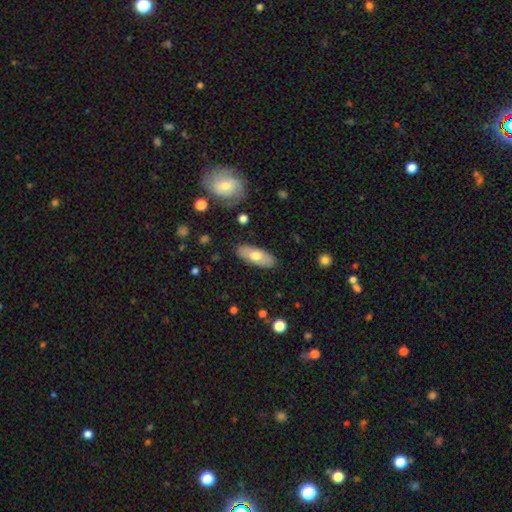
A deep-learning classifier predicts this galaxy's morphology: The model was most divided on "smooth or featured": smooth: 64%, featured or disk: 30%, star or artifact: 6%. More confident: merging — none (86%); how rounded — in between (79%).